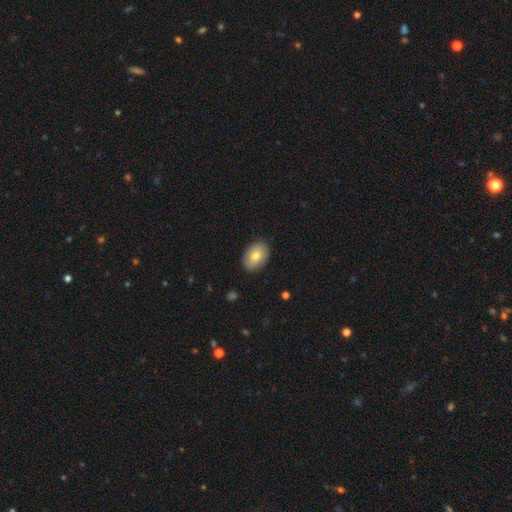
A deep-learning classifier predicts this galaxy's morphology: Smooth or featured?
  - smooth: 73% *
  - featured or disk: 20%
  - star or artifact: 7%
How rounded?
  - in between: 77% *
  - round: 22%
  - cigar-shaped: 1%
Merging?
  - none: 85% *
  - minor disturbance: 12%
  - major disturbance: 2%
  - merger: 1%